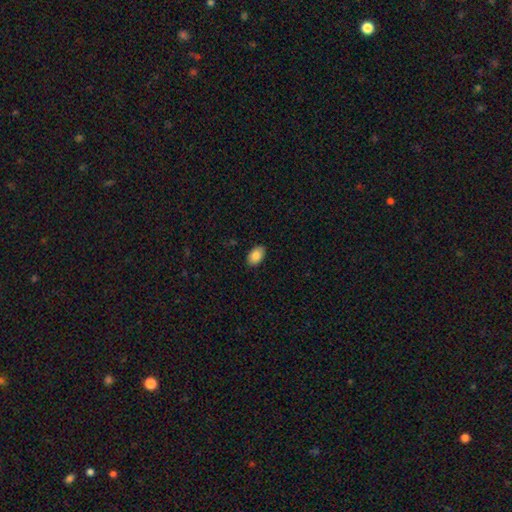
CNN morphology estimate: Smooth or featured: smooth — 85% (featured or disk — 8%)
How rounded: in between — 90% (round — 8%)
Merging: none — 88% (minor disturbance — 9%)